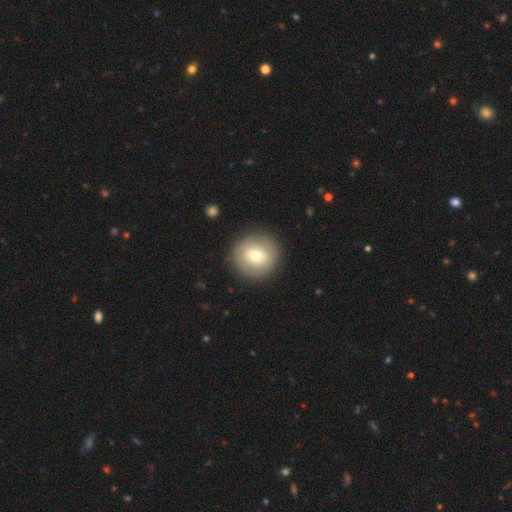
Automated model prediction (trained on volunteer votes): smooth-or-featured: smooth: 65% | featured or disk: 28% | star or artifact: 7%
  how-rounded: round: 92% | in between: 7% | cigar-shaped: 1%
  merging: none: 88% | minor disturbance: 8% | major disturbance: 3% | merger: 1%